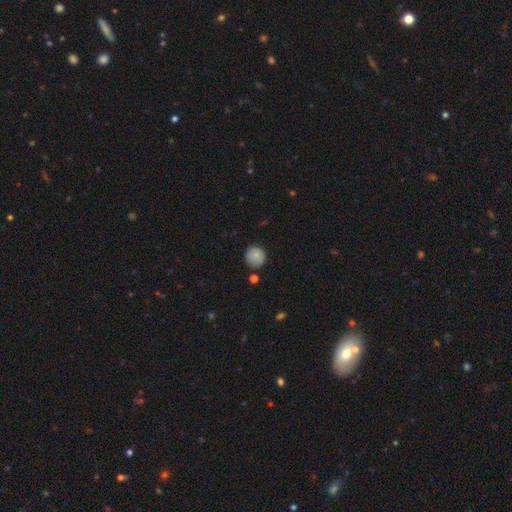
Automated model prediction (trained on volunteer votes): A smooth galaxy with no disk features (84%) that is round (94%).

Vote fractions:
- Smooth or featured? smooth: 84% / star or artifact: 9% / featured or disk: 7%
- How rounded? round: 94% / in between: 5% / cigar-shaped: 1%
- Merging? none: 85% / minor disturbance: 10% / merger: 3% / major disturbance: 2%